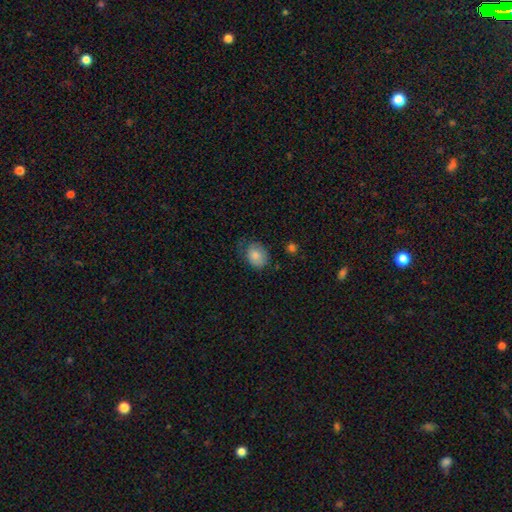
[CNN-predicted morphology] type=smooth (82%); roundness=in between (60%); merging=none (59%).